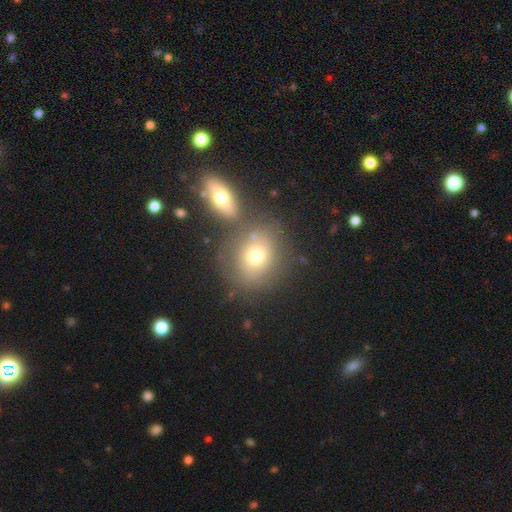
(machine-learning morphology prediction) Smooth or featured: smooth — 71% (featured or disk — 16%)
How rounded: round — 70% (in between — 29%)
Merging: none — 59% (merger — 23%)